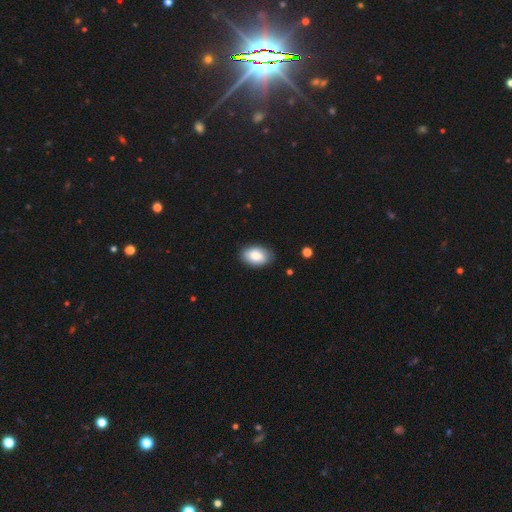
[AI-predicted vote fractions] Smooth or featured? Predicted: smooth (p=0.84). How rounded? Predicted: in between (p=0.91). Merging? Predicted: none (p=0.84).